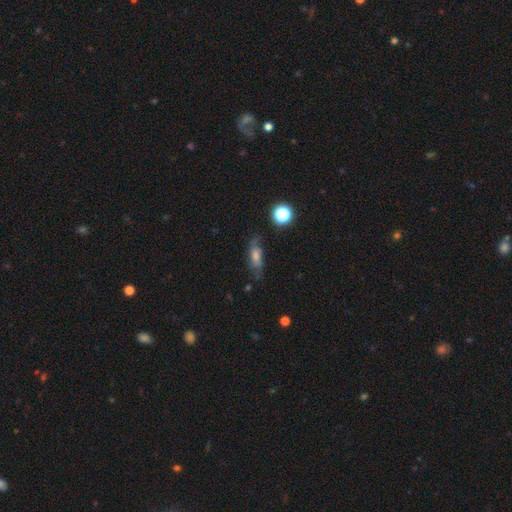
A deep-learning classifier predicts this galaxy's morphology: type=smooth (41%); merging=none (67%).